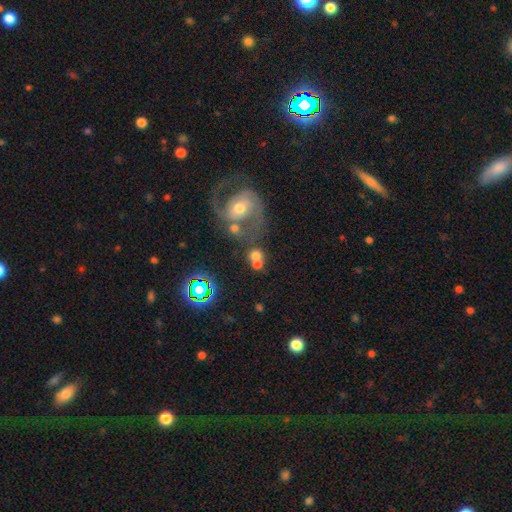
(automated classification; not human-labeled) smooth-or-featured: smooth: 58% | featured or disk: 27% | star or artifact: 15%
  how-rounded: round: 73% | in between: 25% | cigar-shaped: 1%
  merging: merger: 50% | none: 33% | minor disturbance: 9% | major disturbance: 7%